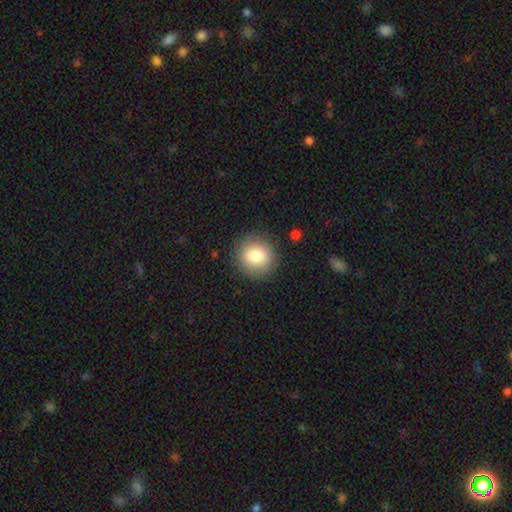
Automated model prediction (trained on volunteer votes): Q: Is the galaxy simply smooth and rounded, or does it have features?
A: smooth — 82%.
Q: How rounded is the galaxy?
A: round — 90%.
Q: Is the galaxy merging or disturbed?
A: none — 89%.